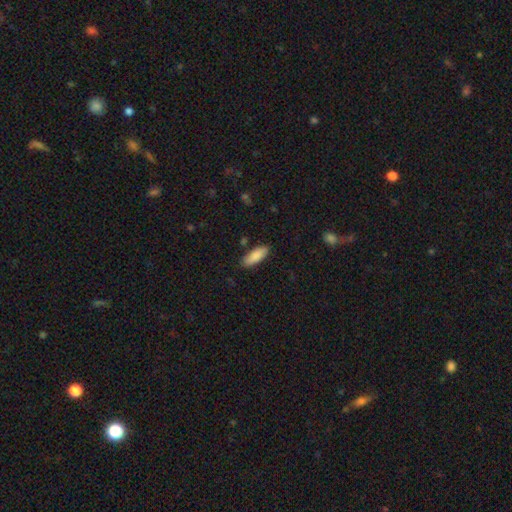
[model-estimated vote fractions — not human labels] A smooth galaxy with no disk features (86%) that is in between round and cigar-shaped (69%).

Vote fractions:
- Smooth or featured? smooth: 86% / featured or disk: 8% / star or artifact: 6%
- How rounded? in between: 69% / cigar-shaped: 30% / round: 2%
- Merging? none: 84% / minor disturbance: 12% / major disturbance: 2% / merger: 2%